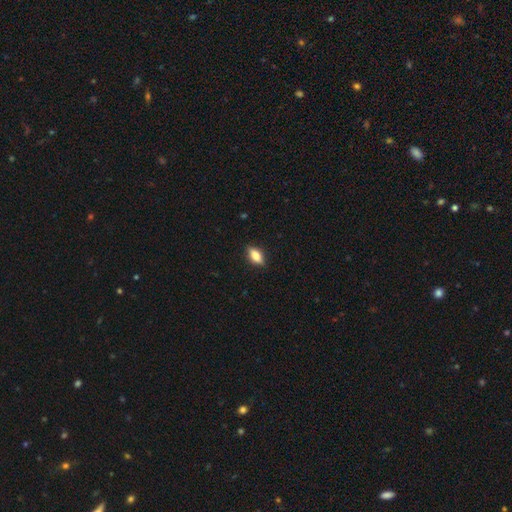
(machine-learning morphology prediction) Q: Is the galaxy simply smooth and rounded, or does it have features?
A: smooth — 75%.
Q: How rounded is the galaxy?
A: in between — 82%.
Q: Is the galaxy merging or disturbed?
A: none — 87%.